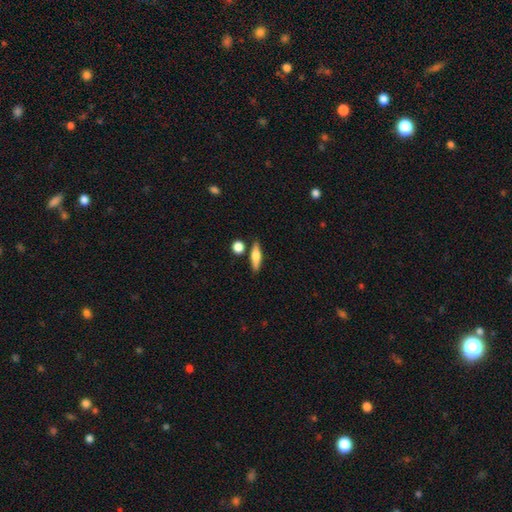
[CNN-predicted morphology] Smooth or featured? smooth (63%)
How rounded? cigar-shaped (61%)
Merging? none (78%)